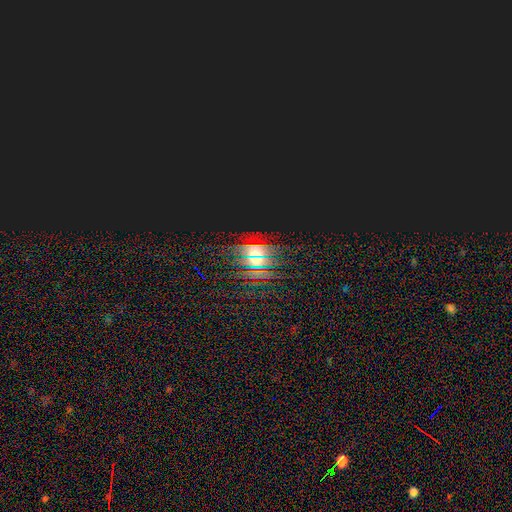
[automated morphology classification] This is likely a star or artifact rather than a galaxy (67%).